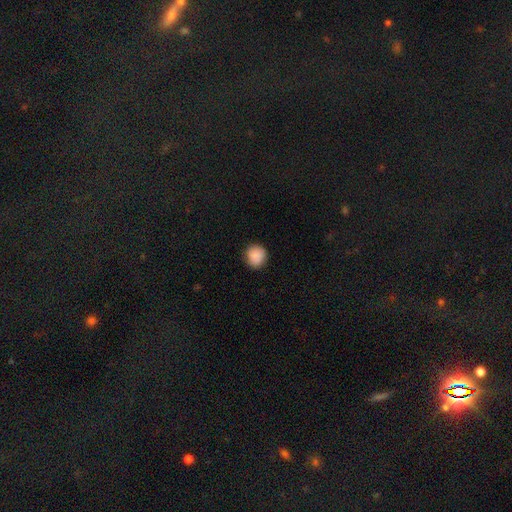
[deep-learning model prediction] smooth_or_featured: smooth (p=0.88) [alt: star or artifact p=0.07]
how_rounded: round (p=0.90) [alt: in between p=0.09]
merging: none (p=0.85) [alt: minor disturbance p=0.11]